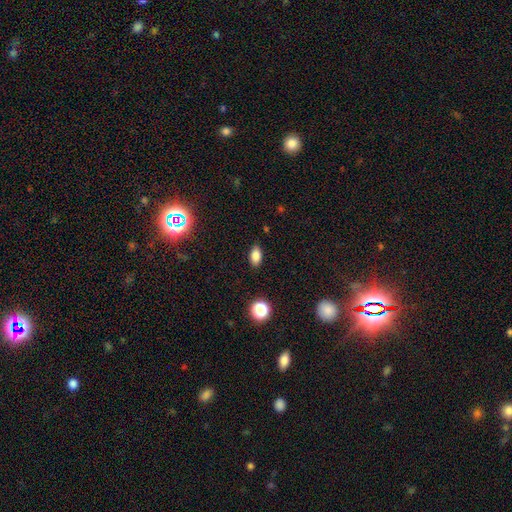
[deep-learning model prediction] Smooth or featured: smooth — 82% (star or artifact — 11%)
How rounded: in between — 88% (round — 9%)
Merging: none — 87% (minor disturbance — 9%)